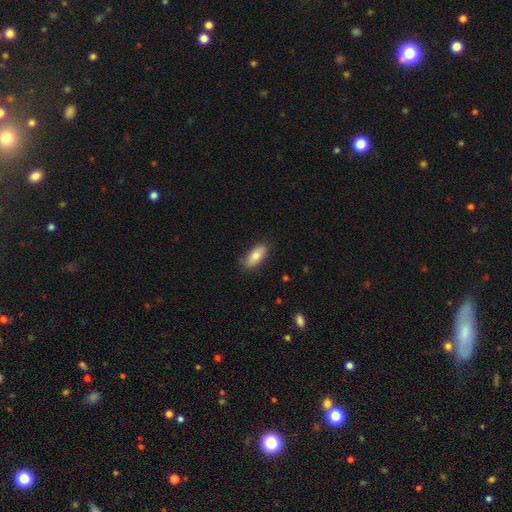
Morphology: type=smooth (81%); roundness=in between (77%); merging=none (94%).